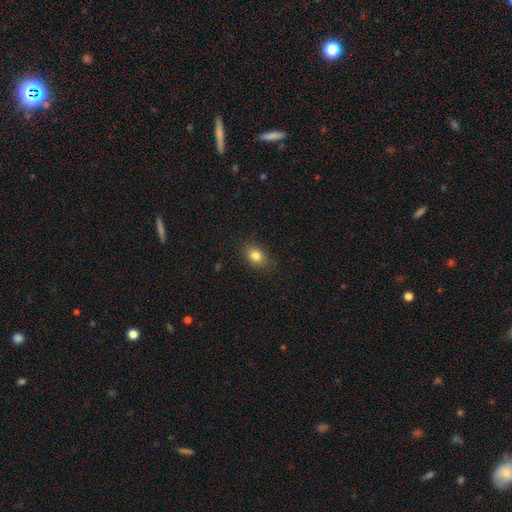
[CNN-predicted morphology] The model was most divided on "how rounded": in between: 72%, round: 26%, cigar-shaped: 2%. More confident: merging — none (86%); smooth or featured — smooth (82%).